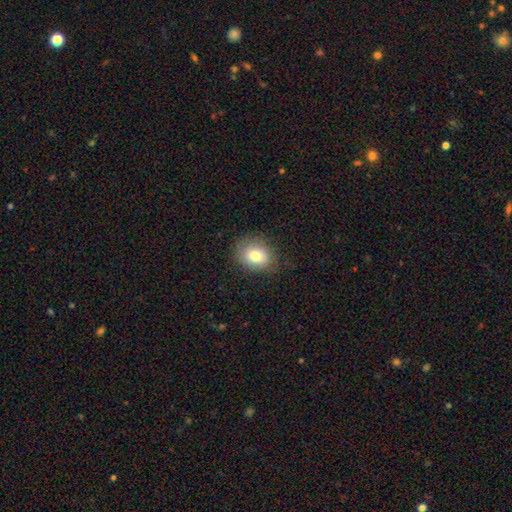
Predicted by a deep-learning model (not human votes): Q: Smooth or featured?
A: smooth (78%); runner-up: featured or disk (12%)
Q: How rounded?
A: round (53%); runner-up: in between (46%)
Q: Merging?
A: none (79%); runner-up: minor disturbance (16%)